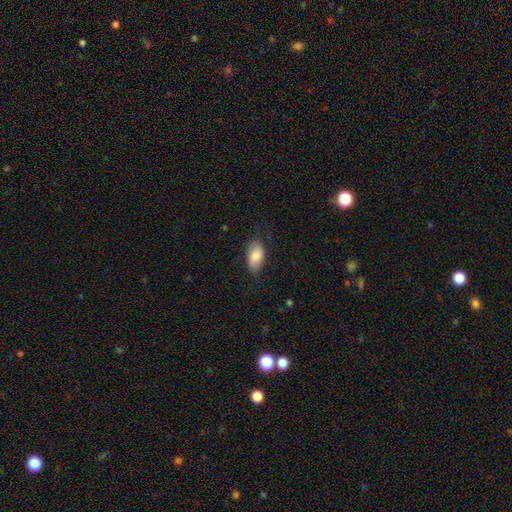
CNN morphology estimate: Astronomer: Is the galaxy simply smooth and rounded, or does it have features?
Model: smooth — 81%.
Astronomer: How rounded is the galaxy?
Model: in between — 93%.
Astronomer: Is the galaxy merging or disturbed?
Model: none — 70%.